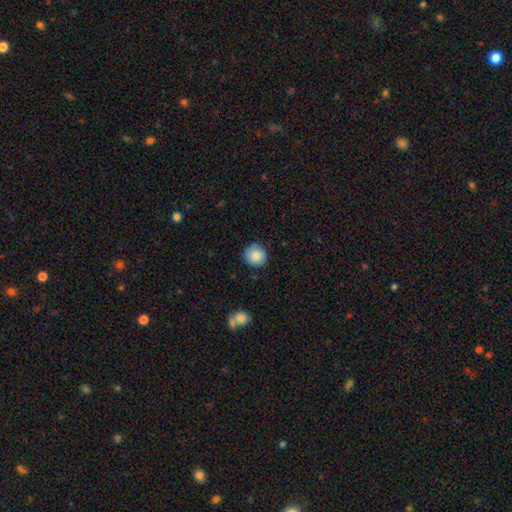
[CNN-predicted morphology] Q: Smooth or featured?
A: smooth (86%); runner-up: star or artifact (8%)
Q: How rounded?
A: round (93%); runner-up: in between (6%)
Q: Merging?
A: none (87%); runner-up: minor disturbance (10%)